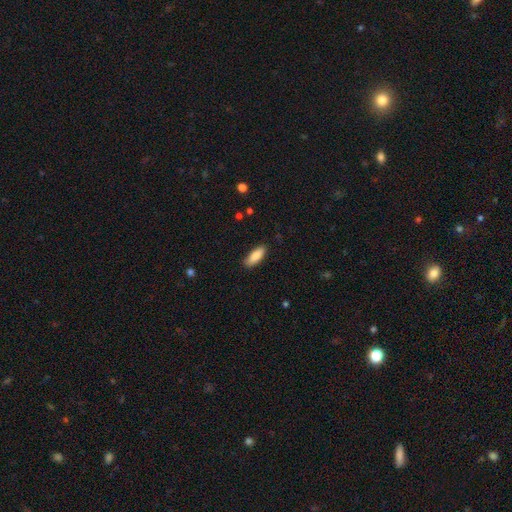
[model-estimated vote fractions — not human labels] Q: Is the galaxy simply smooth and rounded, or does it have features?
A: smooth — 86%.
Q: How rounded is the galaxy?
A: in between — 65%.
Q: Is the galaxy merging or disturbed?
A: none — 85%.